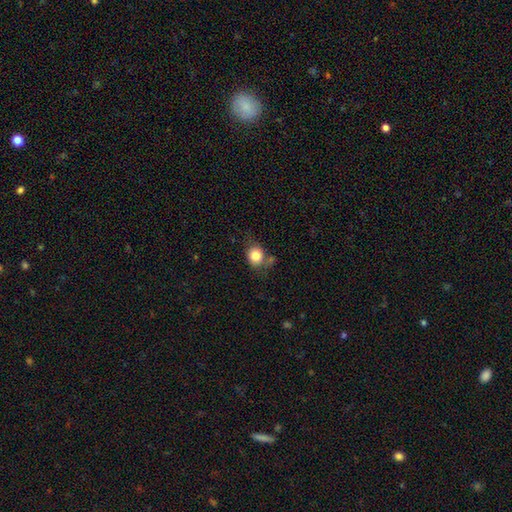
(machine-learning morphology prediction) Smooth or featured? Predicted: smooth (p=0.82). How rounded? Predicted: round (p=0.67). Merging? Predicted: none (p=0.57).